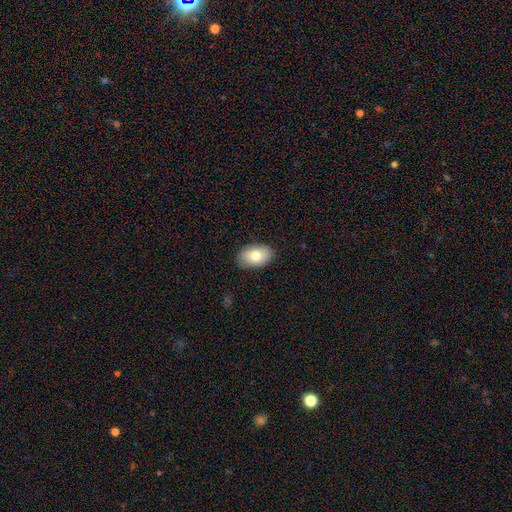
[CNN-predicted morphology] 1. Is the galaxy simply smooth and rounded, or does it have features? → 77% smooth, 16% featured or disk, 7% star or artifact.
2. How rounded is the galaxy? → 91% in between, 8% round, 1% cigar-shaped.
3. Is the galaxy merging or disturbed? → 87% none, 10% minor disturbance, 2% major disturbance, 1% merger.